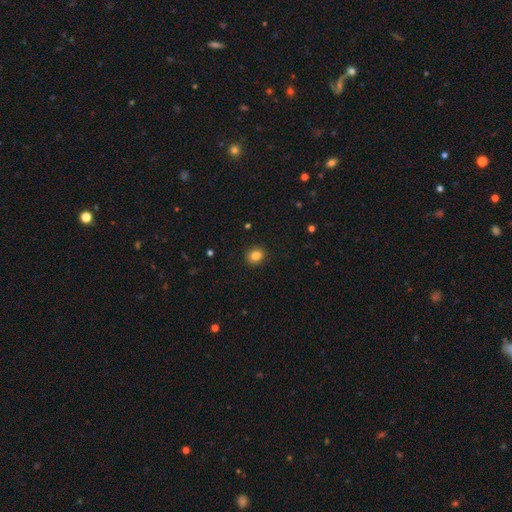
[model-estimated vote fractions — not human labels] smooth 84%, star or artifact 10%, featured or disk 6%. Down the decision tree: how rounded — round (71%); merging — none (91%).